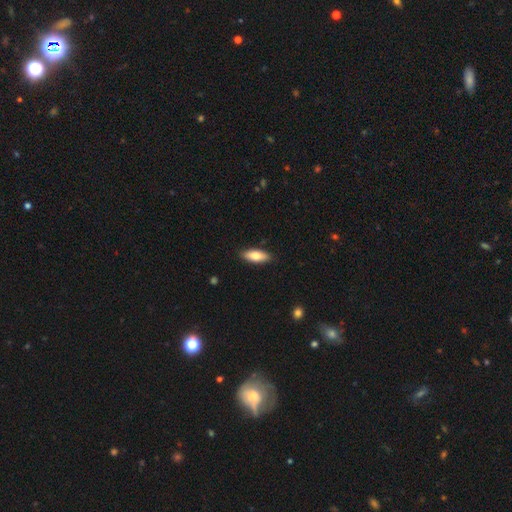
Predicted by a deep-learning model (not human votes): This is likely a smooth galaxy (74%). How rounded: likely in between (72%). Merging: clearly none (89%).